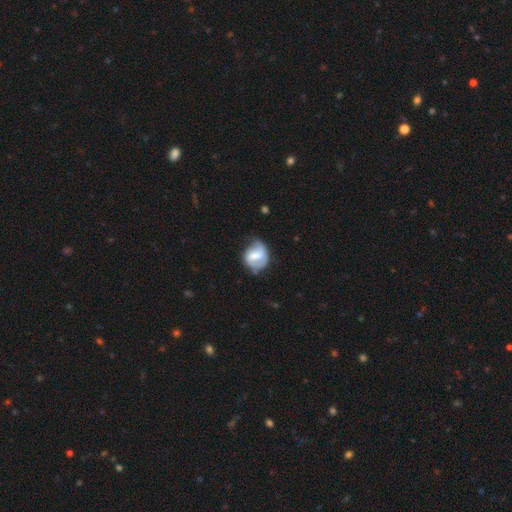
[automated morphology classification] This appears to be a featured or disk galaxy (59%) with a weak bar (45%), spiral arms (79%) and a moderate central bulge (38%). Merging: none (48%).